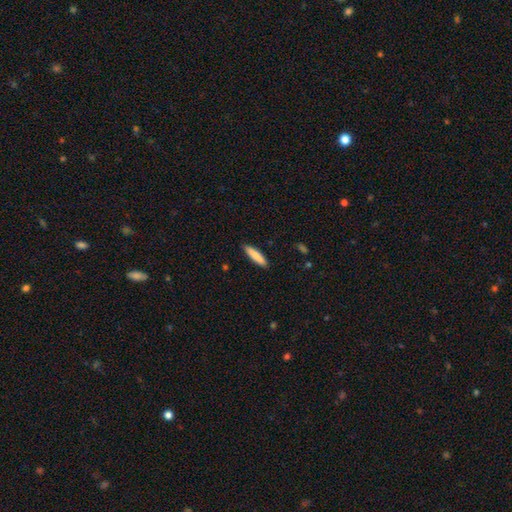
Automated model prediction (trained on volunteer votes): Smooth or featured?
  - smooth: 84% *
  - featured or disk: 10%
  - star or artifact: 6%
How rounded?
  - cigar-shaped: 84% *
  - in between: 15%
  - round: 1%
Merging?
  - none: 89% *
  - minor disturbance: 8%
  - major disturbance: 2%
  - merger: 1%